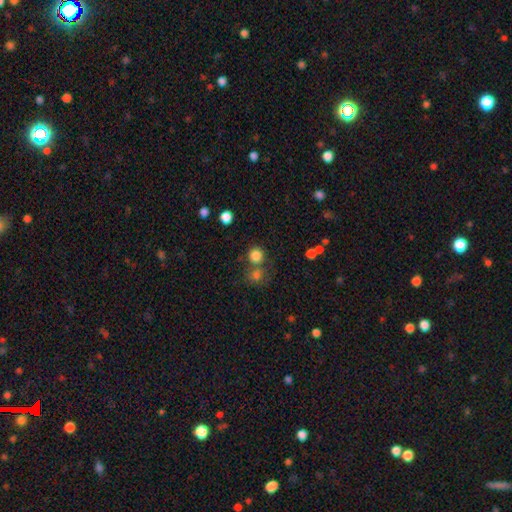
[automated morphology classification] Q: Smooth or featured?
A: smooth (81%); runner-up: star or artifact (14%)
Q: How rounded?
A: round (90%); runner-up: in between (9%)
Q: Merging?
A: none (65%); runner-up: merger (23%)